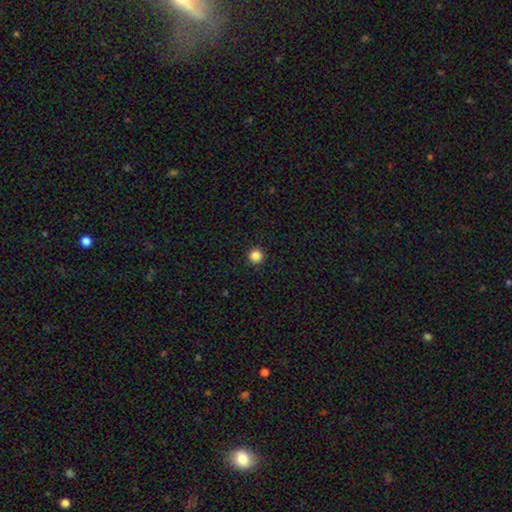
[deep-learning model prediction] Smooth or featured: smooth — 86% (star or artifact — 11%)
How rounded: round — 96% (in between — 3%)
Merging: none — 94% (minor disturbance — 4%)